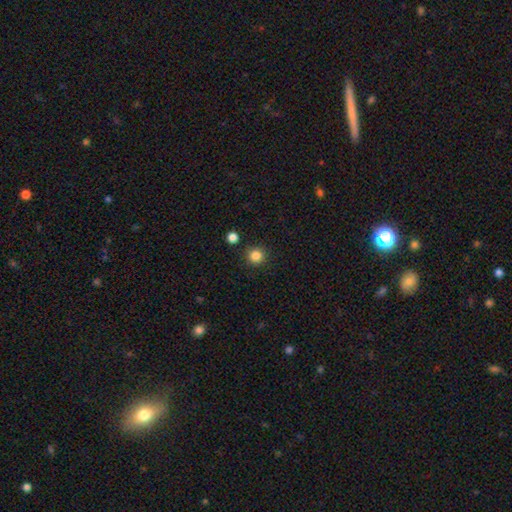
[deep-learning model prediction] This appears to be a smooth galaxy with no disk features (85%) that is round (95%). Merging: none (89%).